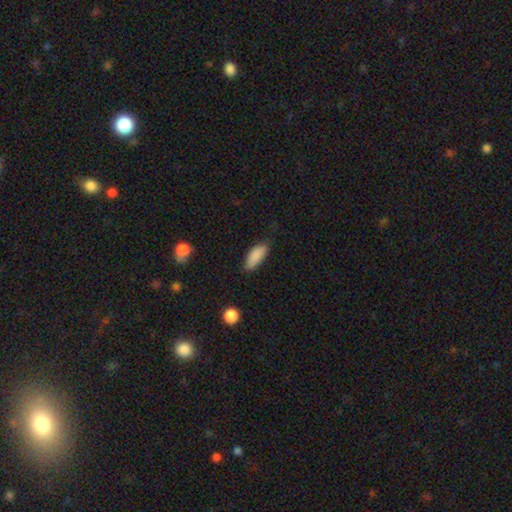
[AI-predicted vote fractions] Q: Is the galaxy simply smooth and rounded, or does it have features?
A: smooth — 88%.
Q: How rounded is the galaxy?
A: in between — 77%.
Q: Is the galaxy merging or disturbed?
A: none — 72%.